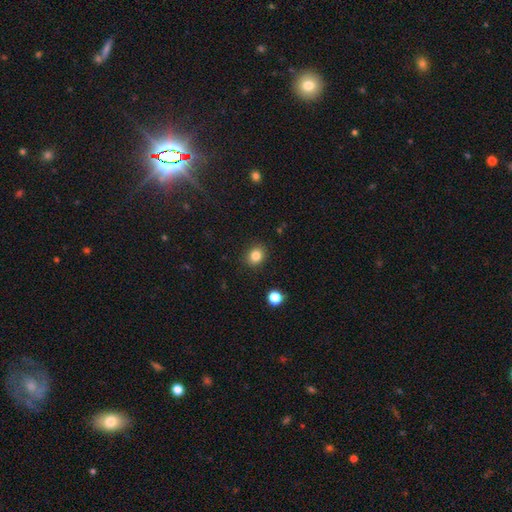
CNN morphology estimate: Smooth or featured? Predicted: smooth (p=0.84). How rounded? Predicted: round (p=0.65). Merging? Predicted: none (p=0.89).